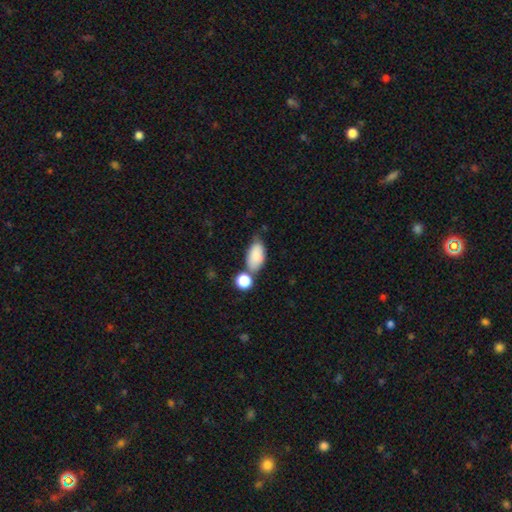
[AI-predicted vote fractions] Smooth or featured: smooth — 85% (star or artifact — 8%)
How rounded: in between — 91% (round — 5%)
Merging: none — 52% (merger — 22%)